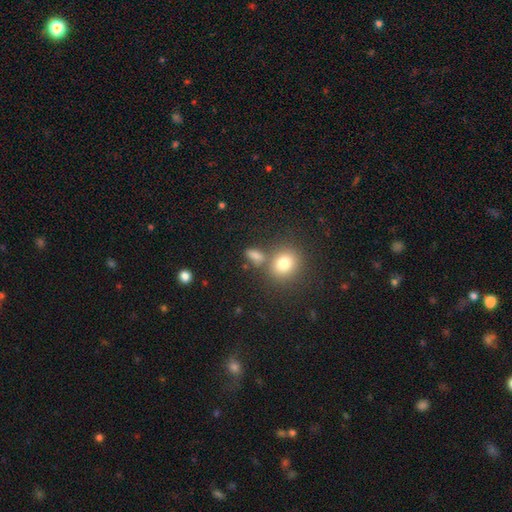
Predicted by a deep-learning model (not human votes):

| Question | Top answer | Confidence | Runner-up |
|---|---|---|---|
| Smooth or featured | smooth | 78% | star or artifact (14%) |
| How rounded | in between | 65% | round (27%) |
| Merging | none | 61% | merger (20%) |